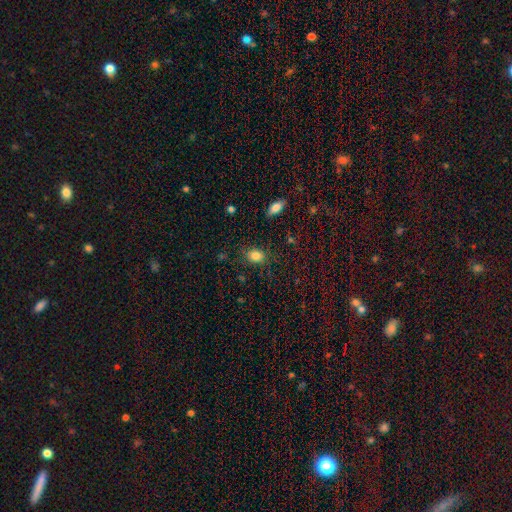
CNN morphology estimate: A smooth galaxy with no disk features (84%) that is in between round and cigar-shaped (63%).

Vote fractions:
- Smooth or featured? smooth: 84% / star or artifact: 10% / featured or disk: 5%
- How rounded? in between: 63% / round: 36% / cigar-shaped: 1%
- Merging? none: 82% / minor disturbance: 13% / major disturbance: 4% / merger: 2%